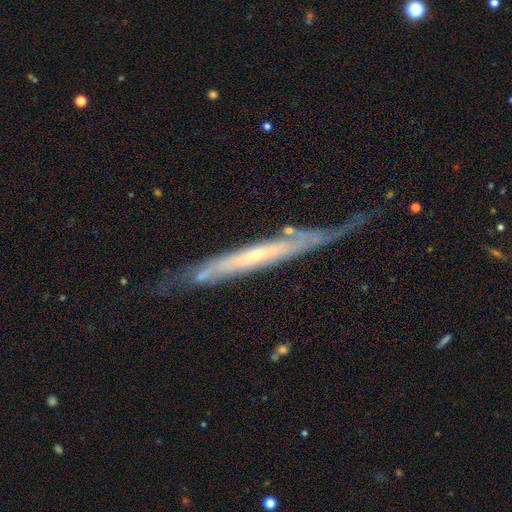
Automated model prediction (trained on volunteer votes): Morphology: type=featured or disk (79%); edge-on=yes (73%); edge-on bulge=none (64%); merging=none (62%).